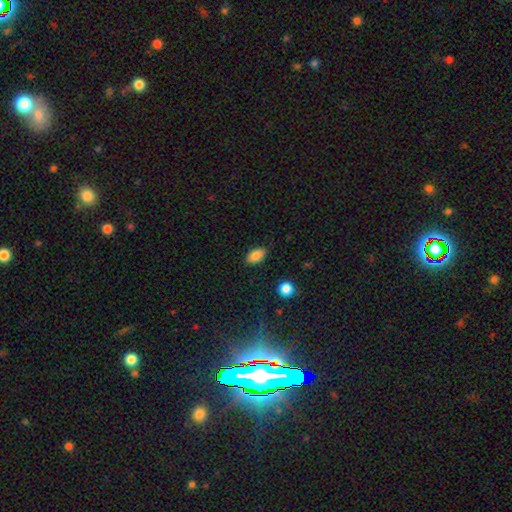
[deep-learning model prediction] This is clearly a smooth galaxy (86%). How rounded: clearly in between (90%). Merging: clearly none (83%).